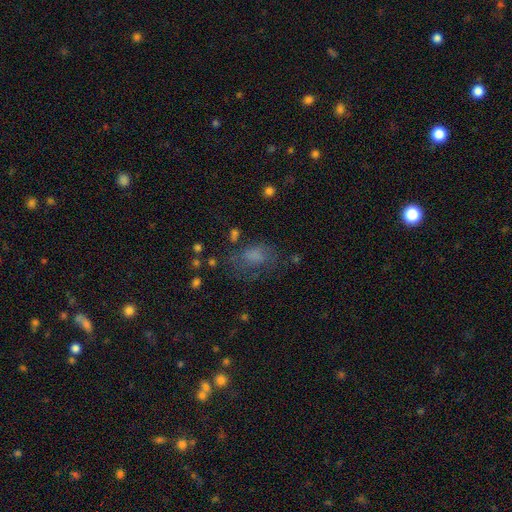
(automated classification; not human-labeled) A star or artifact, not a galaxy (43%).